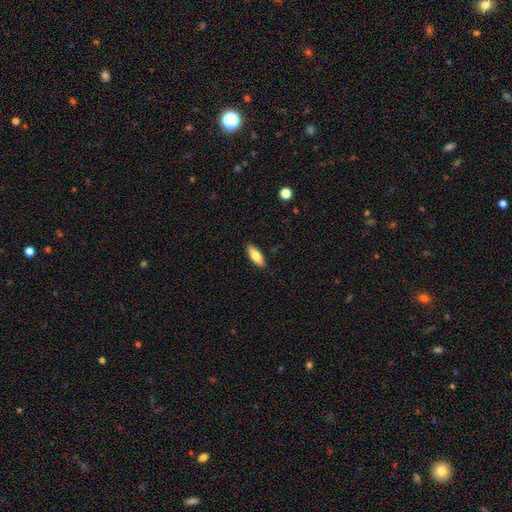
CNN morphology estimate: smooth_or_featured: smooth (p=0.78) [alt: featured or disk p=0.16]
how_rounded: in between (p=0.71) [alt: cigar-shaped p=0.27]
merging: none (p=0.89) [alt: minor disturbance p=0.08]